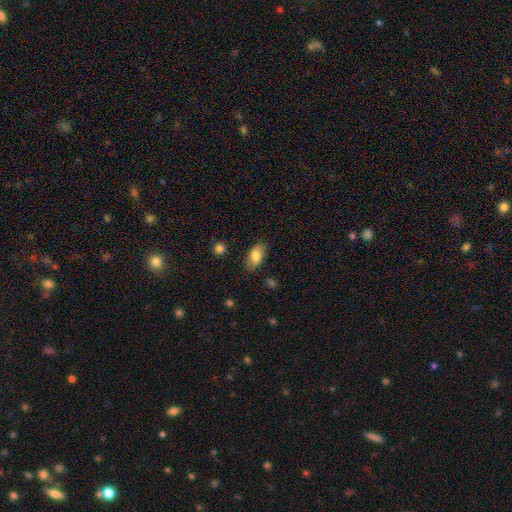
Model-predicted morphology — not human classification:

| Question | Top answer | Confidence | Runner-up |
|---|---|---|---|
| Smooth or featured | smooth | 83% | featured or disk (10%) |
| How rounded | in between | 91% | round (5%) |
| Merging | none | 81% | minor disturbance (15%) |